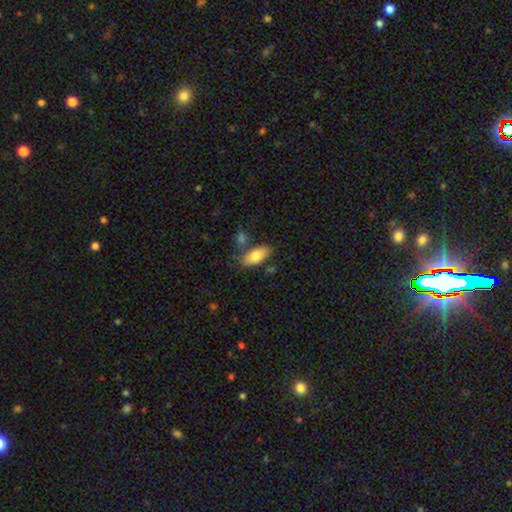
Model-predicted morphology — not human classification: A smooth galaxy with no disk features (80%) that is in between round and cigar-shaped (89%). Merging: none (70%).